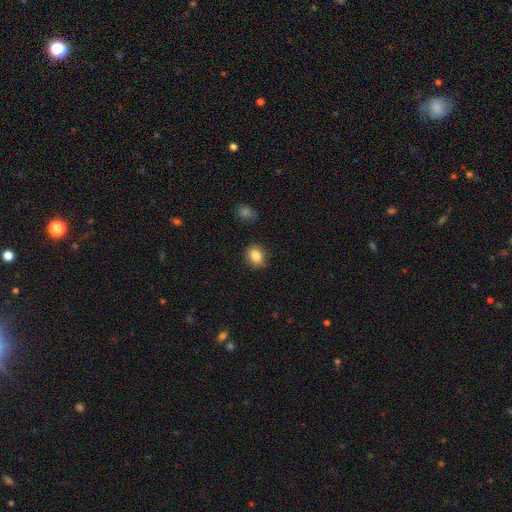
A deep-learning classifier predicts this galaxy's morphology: Overall: smooth (86%). How rounded: round (53%; in between 46%). Merging: none (84%).